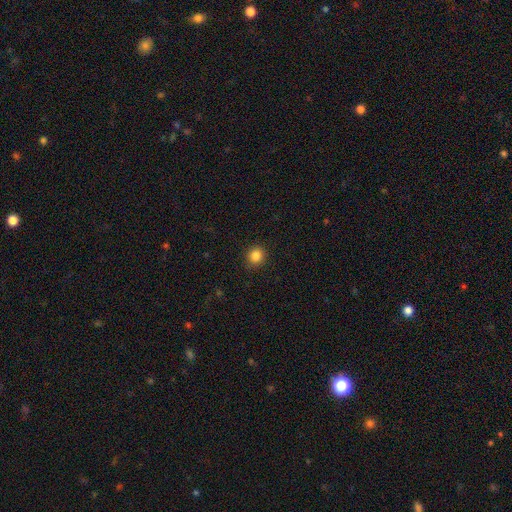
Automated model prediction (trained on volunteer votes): Smooth or featured: smooth — 85% (star or artifact — 11%)
How rounded: round — 88% (in between — 11%)
Merging: none — 90% (minor disturbance — 7%)